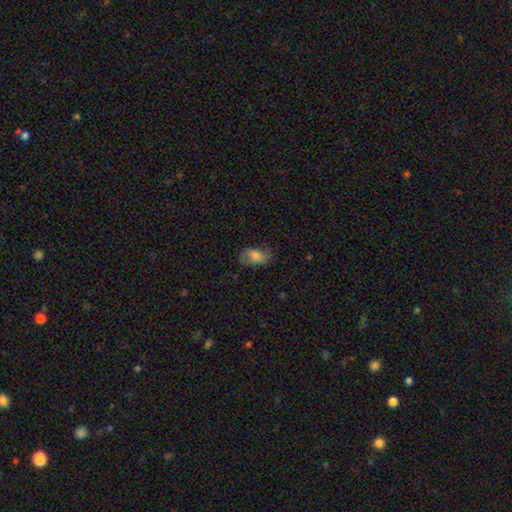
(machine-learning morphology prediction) Smooth or featured?
  - smooth: 63% *
  - featured or disk: 28%
  - star or artifact: 9%
How rounded?
  - in between: 89% *
  - round: 8%
  - cigar-shaped: 2%
Merging?
  - none: 61% *
  - minor disturbance: 25%
  - major disturbance: 12%
  - merger: 1%